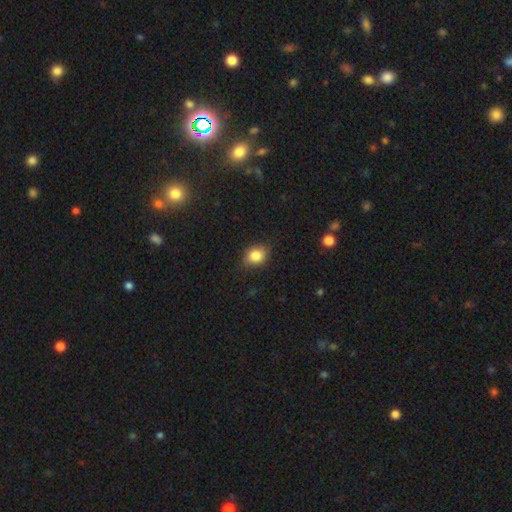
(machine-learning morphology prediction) smooth_or_featured: smooth (p=0.82) [alt: star or artifact p=0.10]
how_rounded: in between (p=0.52) [alt: round p=0.46]
merging: none (p=0.77) [alt: minor disturbance p=0.18]